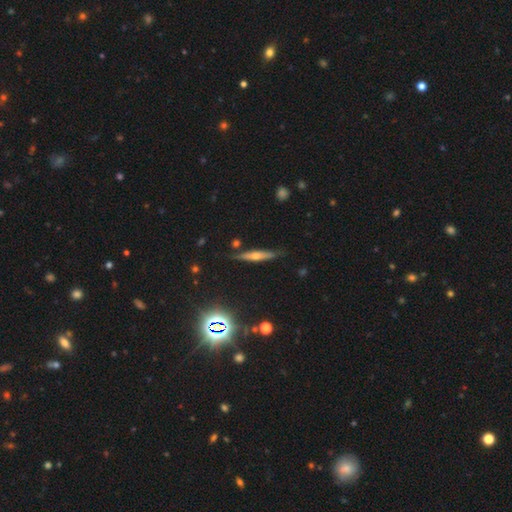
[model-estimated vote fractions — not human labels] smooth_or_featured: featured or disk (p=0.57) [alt: smooth p=0.26]
disk_edge_on: yes (p=0.95) [alt: no p=0.05]
edge_on_bulge: rounded (p=0.82) [alt: none p=0.10]
merging: none (p=0.85) [alt: minor disturbance p=0.11]